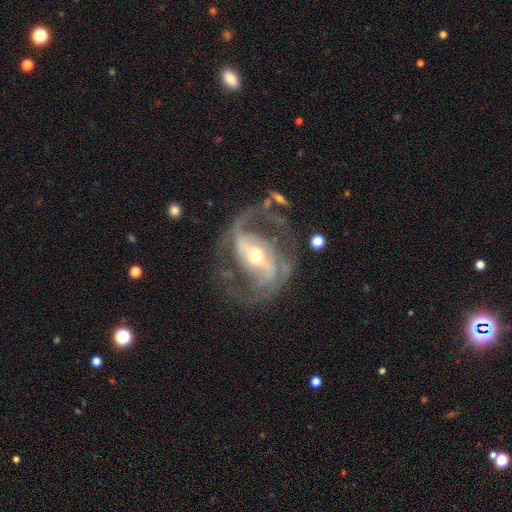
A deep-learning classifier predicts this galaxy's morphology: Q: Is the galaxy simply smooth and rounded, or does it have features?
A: featured or disk — 89%.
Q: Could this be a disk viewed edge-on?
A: no — 96%.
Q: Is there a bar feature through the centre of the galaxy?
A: strong — 57%.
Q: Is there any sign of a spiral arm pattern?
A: yes — 93%.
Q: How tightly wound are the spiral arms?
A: medium — 52%.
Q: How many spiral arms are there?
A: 2 — 84%.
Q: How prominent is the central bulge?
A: moderate — 51%.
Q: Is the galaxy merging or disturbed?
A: none — 63%.